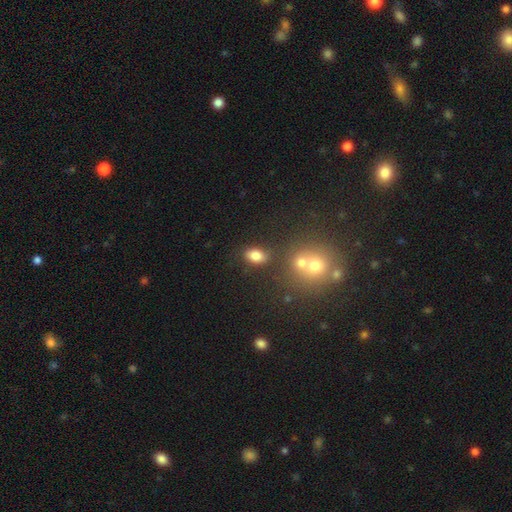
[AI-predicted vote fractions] Smooth or featured?
  - smooth: 82% *
  - star or artifact: 11%
  - featured or disk: 8%
How rounded?
  - in between: 85% *
  - round: 13%
  - cigar-shaped: 2%
Merging?
  - none: 78% *
  - minor disturbance: 12%
  - merger: 7%
  - major disturbance: 3%